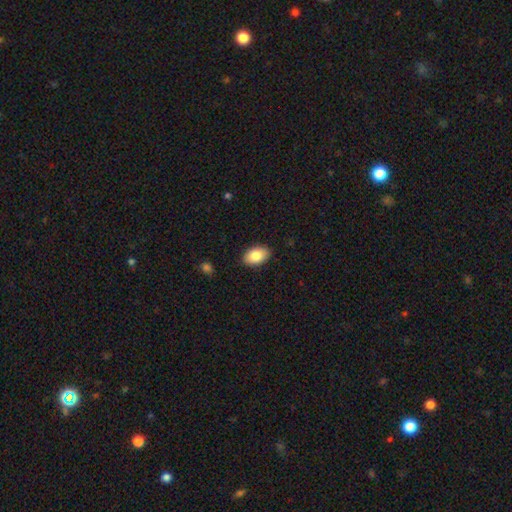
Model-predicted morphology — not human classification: smooth 84%, featured or disk 9%, star or artifact 7%. Down the decision tree: how rounded — in between (90%); merging — none (88%).